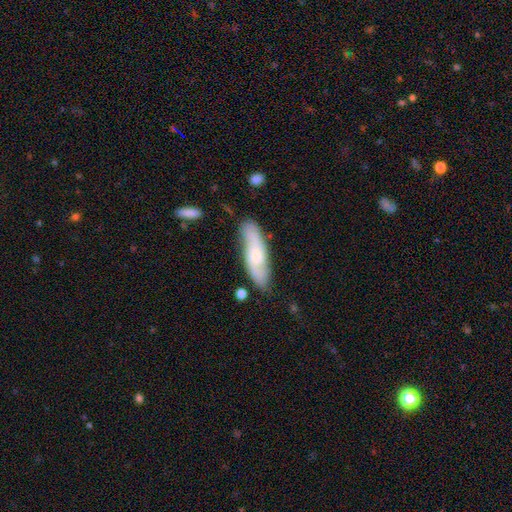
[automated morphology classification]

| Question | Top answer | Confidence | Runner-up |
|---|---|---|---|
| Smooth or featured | smooth | 51% | featured or disk (43%) |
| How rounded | cigar-shaped | 56% | in between (42%) |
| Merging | none | 75% | minor disturbance (18%) |